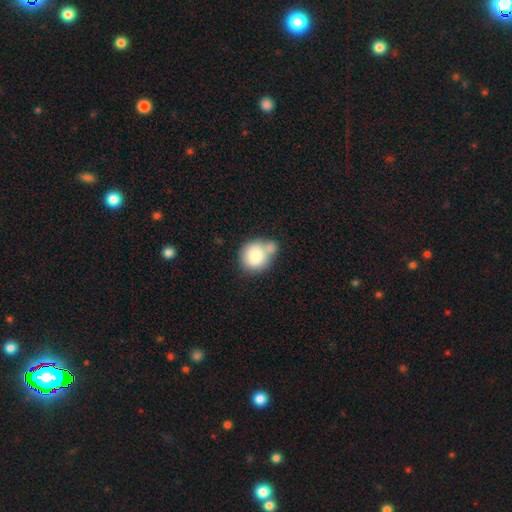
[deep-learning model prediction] Smooth or featured?
  - smooth: 82% *
  - featured or disk: 11%
  - star or artifact: 8%
How rounded?
  - round: 74% *
  - in between: 25%
  - cigar-shaped: 1%
Merging?
  - merger: 41% *
  - none: 36%
  - minor disturbance: 17%
  - major disturbance: 7%